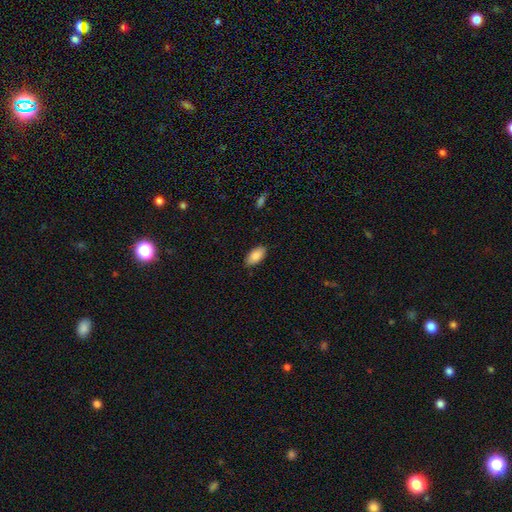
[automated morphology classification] Q: Smooth or featured?
A: smooth (87%); runner-up: featured or disk (7%)
Q: How rounded?
A: in between (94%); runner-up: cigar-shaped (4%)
Q: Merging?
A: none (87%); runner-up: minor disturbance (10%)